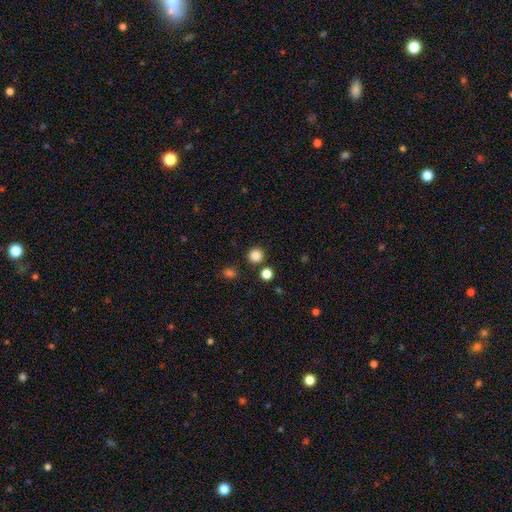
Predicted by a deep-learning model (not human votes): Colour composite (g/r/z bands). It shows a smooth galaxy with no disk features (84%) that is round (94%). Merging: none (86%).